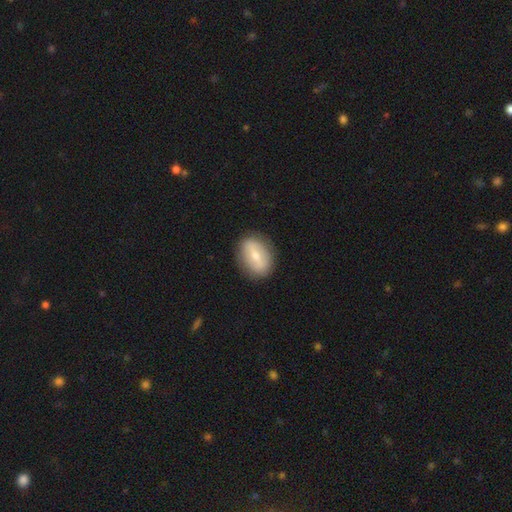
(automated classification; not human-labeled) Smooth or featured: smooth — 48% (featured or disk — 45%)
Merging: none — 85% (minor disturbance — 11%)